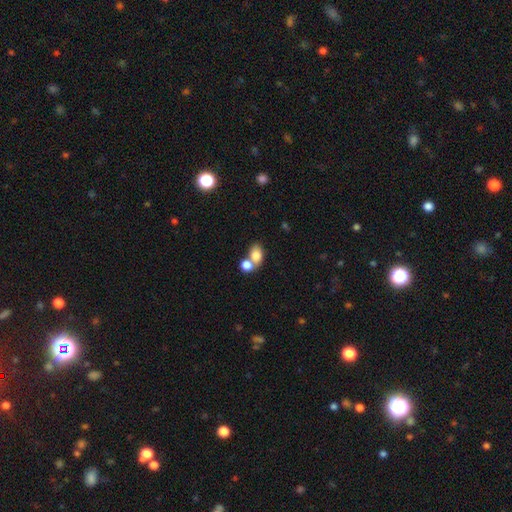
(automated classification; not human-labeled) smooth_or_featured: smooth (p=0.81) [alt: featured or disk p=0.10]
how_rounded: in between (p=0.75) [alt: round p=0.23]
merging: merger (p=0.49) [alt: none p=0.37]